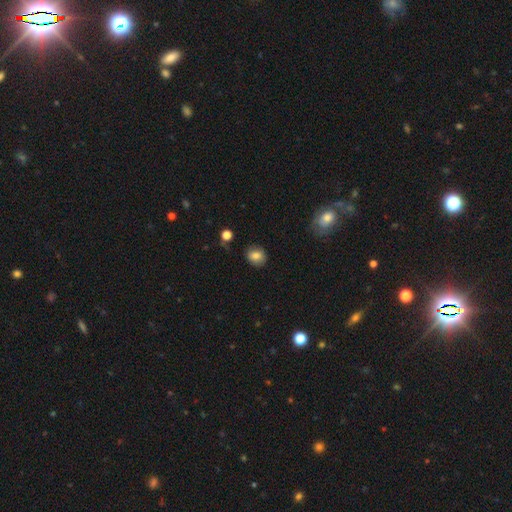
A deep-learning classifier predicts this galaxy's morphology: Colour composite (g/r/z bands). It shows a smooth galaxy with no disk features (79%) that is round (67%). Merging: none (82%).